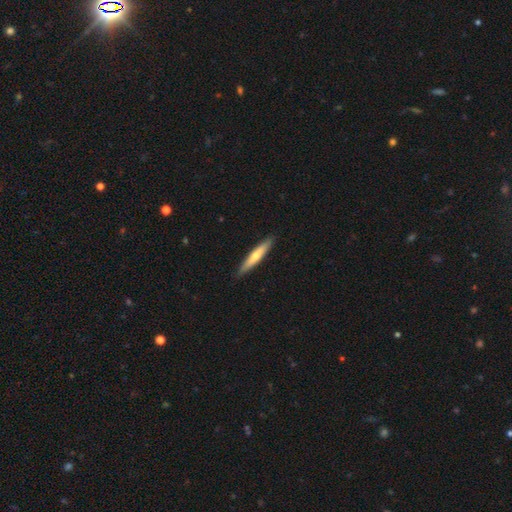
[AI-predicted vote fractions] Morphology: type=smooth (53%); roundness=cigar-shaped (91%); merging=none (90%).